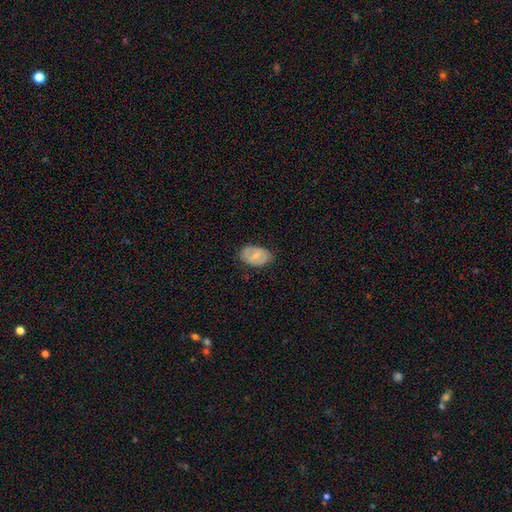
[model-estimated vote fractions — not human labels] Smooth or featured: smooth — 63% (featured or disk — 30%)
How rounded: in between — 88% (round — 10%)
Merging: none — 77% (minor disturbance — 18%)